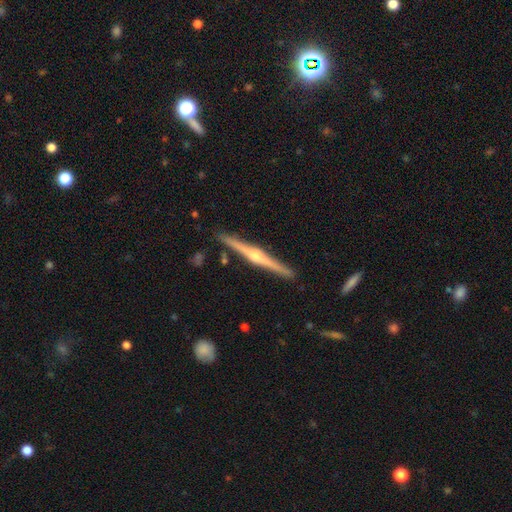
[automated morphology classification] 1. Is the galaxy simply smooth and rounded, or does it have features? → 84% featured or disk, 11% smooth, 5% star or artifact.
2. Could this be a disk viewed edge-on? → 99% yes, 1% no.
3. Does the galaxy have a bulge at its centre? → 92% rounded, 4% none, 4% boxy.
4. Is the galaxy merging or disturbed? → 91% none, 6% minor disturbance, 2% merger, 1% major disturbance.